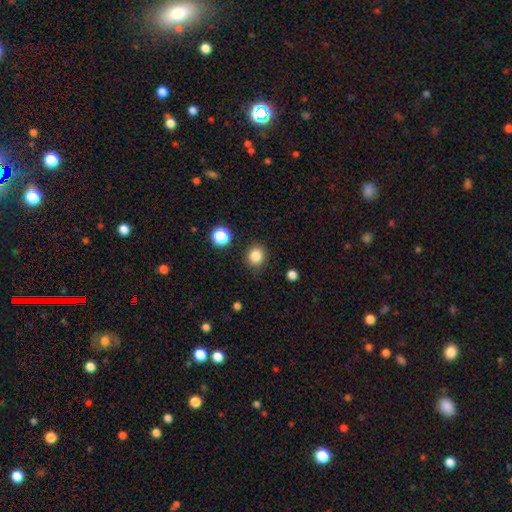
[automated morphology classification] Overall: smooth (84%). How rounded: round (79%). Merging: none (87%).